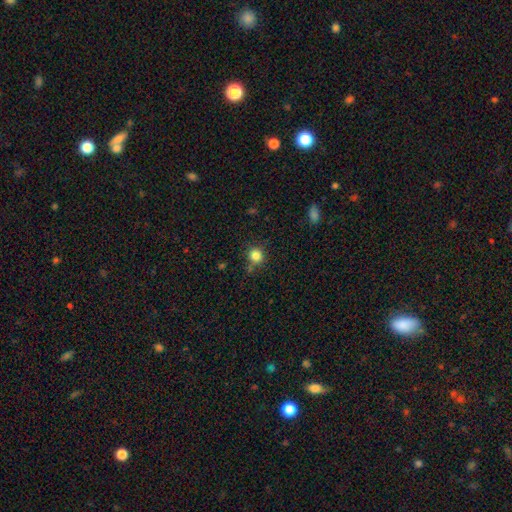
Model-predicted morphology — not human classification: Smooth or featured?
  - smooth: 84% *
  - star or artifact: 12%
  - featured or disk: 5%
How rounded?
  - round: 90% *
  - in between: 9%
  - cigar-shaped: 1%
Merging?
  - none: 79% *
  - minor disturbance: 12%
  - merger: 6%
  - major disturbance: 3%